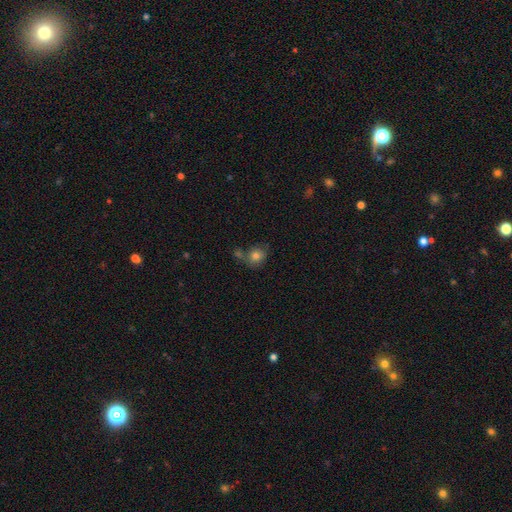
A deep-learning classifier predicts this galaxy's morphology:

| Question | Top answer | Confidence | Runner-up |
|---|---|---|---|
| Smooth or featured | smooth | 80% | star or artifact (10%) |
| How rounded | round | 71% | in between (28%) |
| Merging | none | 52% | merger (26%) |